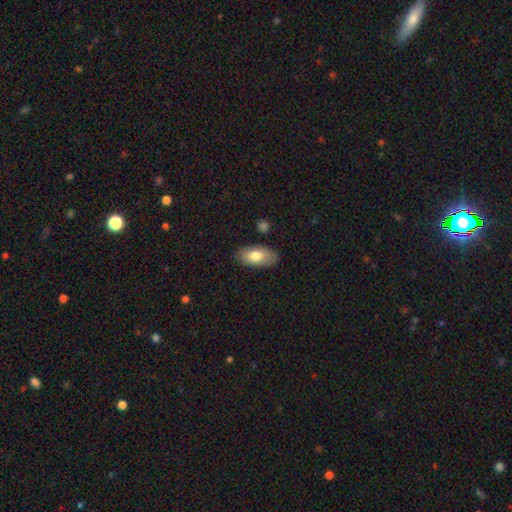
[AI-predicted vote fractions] The model was most divided on "smooth or featured": smooth: 77%, featured or disk: 17%, star or artifact: 6%. More confident: how rounded — in between (91%); merging — none (83%).